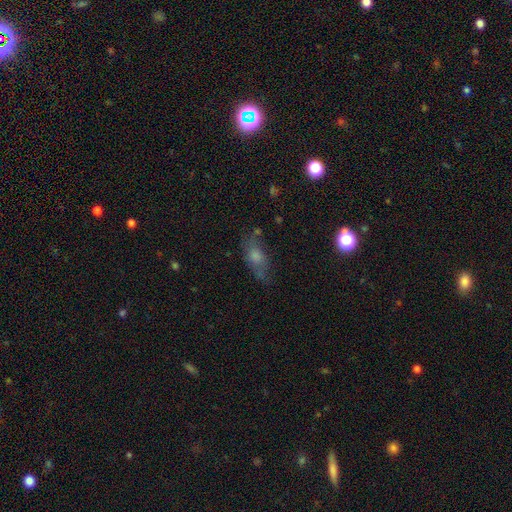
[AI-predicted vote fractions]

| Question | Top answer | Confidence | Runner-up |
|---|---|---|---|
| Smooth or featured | smooth | 65% | featured or disk (24%) |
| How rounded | in between | 75% | cigar-shaped (17%) |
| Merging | none | 55% | minor disturbance (26%) |